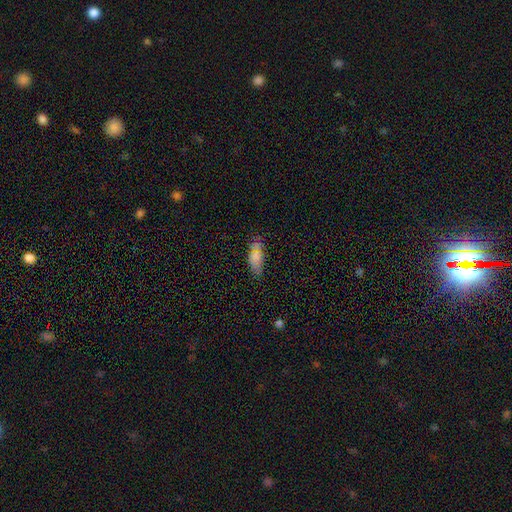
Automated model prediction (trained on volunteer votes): This appears to be a smooth galaxy with no disk features (78%) that is in between round and cigar-shaped (81%). Merging: none (71%).